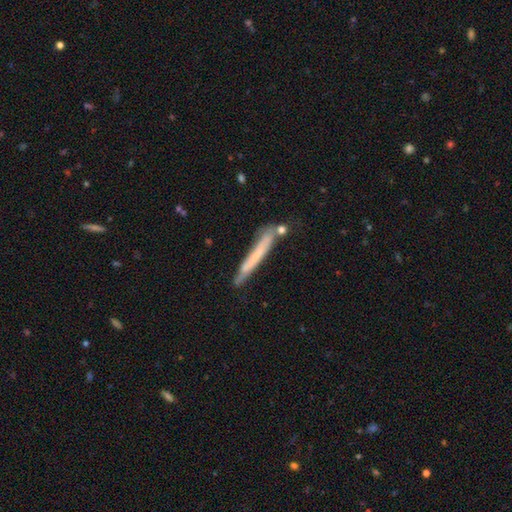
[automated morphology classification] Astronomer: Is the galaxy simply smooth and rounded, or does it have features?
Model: smooth — 55% (runner-up: featured or disk, 38%).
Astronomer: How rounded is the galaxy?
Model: cigar-shaped — 96%.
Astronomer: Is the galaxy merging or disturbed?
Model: none — 70%.